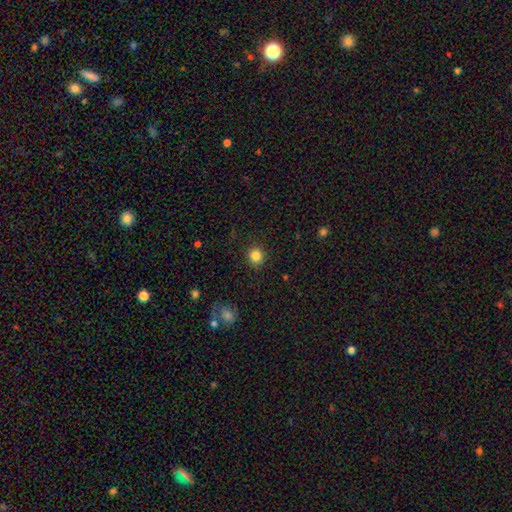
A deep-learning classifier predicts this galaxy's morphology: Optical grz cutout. It shows a smooth galaxy with no disk features (85%) that is round (89%). Merging: none (90%).